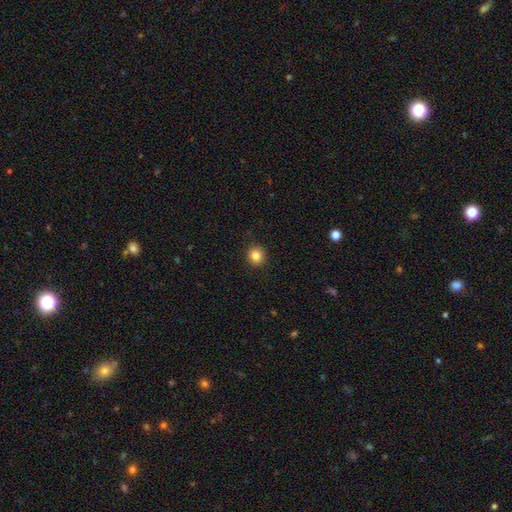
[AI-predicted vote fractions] smooth_or_featured: smooth (p=0.85) [alt: star or artifact p=0.11]
how_rounded: round (p=0.87) [alt: in between p=0.12]
merging: none (p=0.91) [alt: minor disturbance p=0.06]